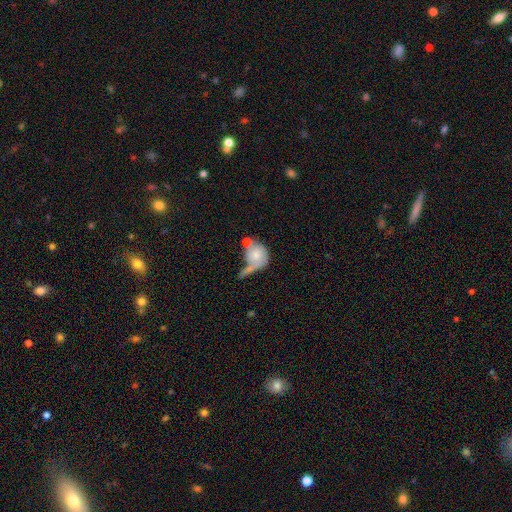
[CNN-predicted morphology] Smooth or featured? smooth (64%)
How rounded? round (71%)
Merging? merger (37%)